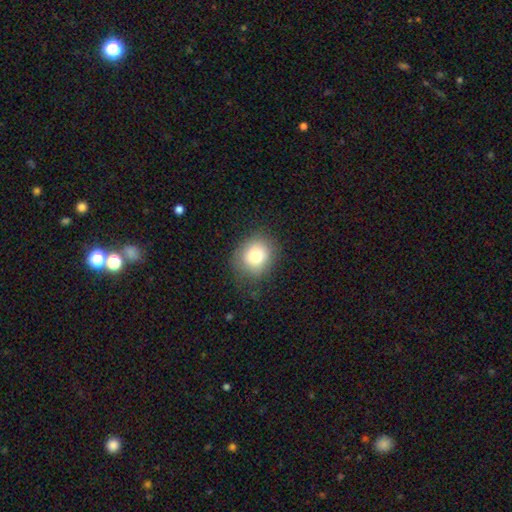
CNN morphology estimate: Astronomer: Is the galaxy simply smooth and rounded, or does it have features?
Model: smooth — 77%.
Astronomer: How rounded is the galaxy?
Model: round — 74%.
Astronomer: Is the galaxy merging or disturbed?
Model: none — 79%.